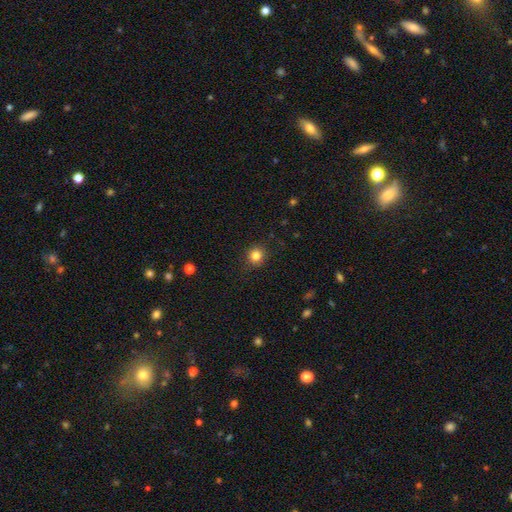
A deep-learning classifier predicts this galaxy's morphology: type=smooth (83%); roundness=round (89%); merging=none (90%).